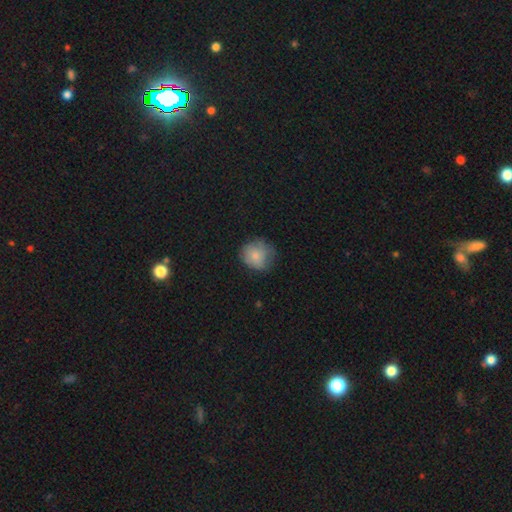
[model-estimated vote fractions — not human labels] Morphology: type=smooth (78%); roundness=round (86%); merging=none (62%).